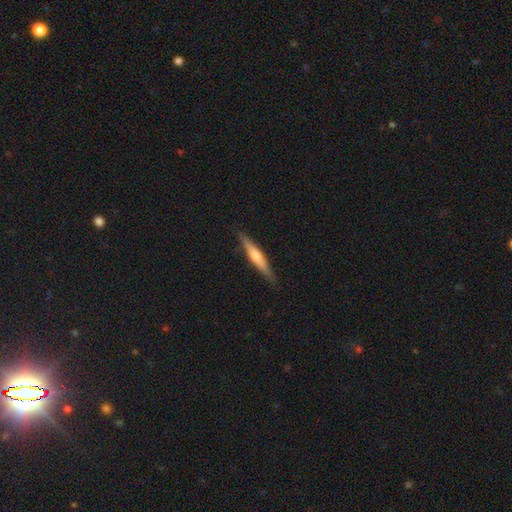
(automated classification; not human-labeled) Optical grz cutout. It shows a featured or disk galaxy (60%) viewed edge-on (97%) with a rounded central bulge (79%). Merging: none (89%).